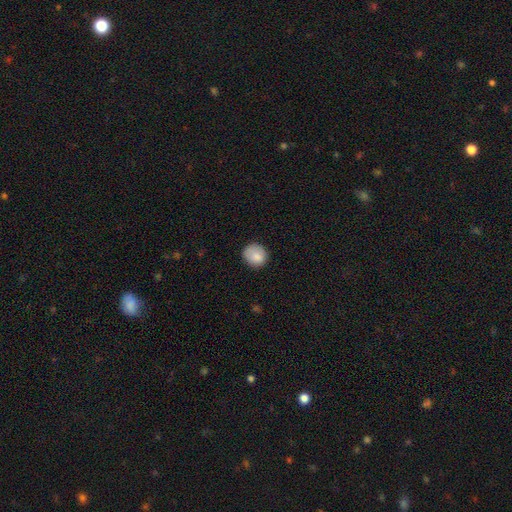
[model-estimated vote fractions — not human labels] Smooth or featured? Predicted: smooth (p=0.85). How rounded? Predicted: round (p=0.81). Merging? Predicted: none (p=0.78).